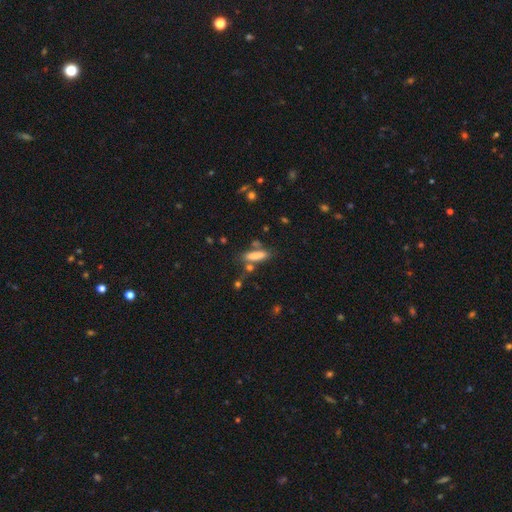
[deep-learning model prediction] Smooth or featured? smooth (79%)
How rounded? cigar-shaped (68%)
Merging? none (65%)